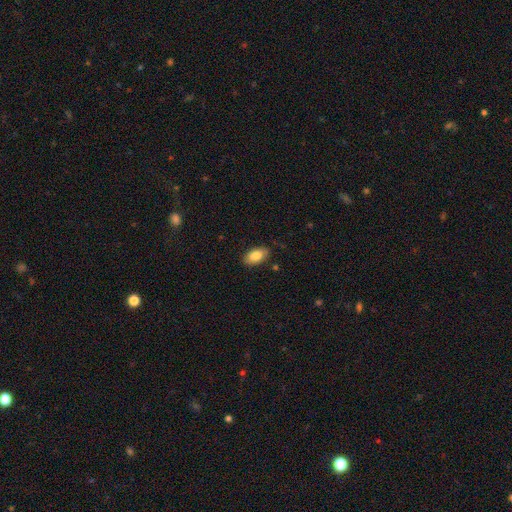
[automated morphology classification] The model was most divided on "merging": none: 84%, minor disturbance: 13%, major disturbance: 2%, merger: 1%. More confident: how rounded — in between (94%); smooth or featured — smooth (83%).